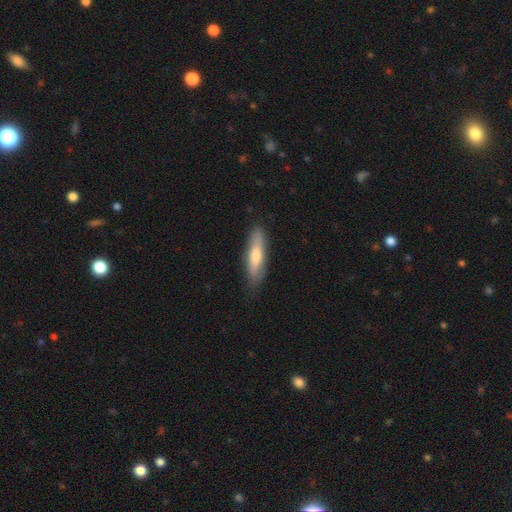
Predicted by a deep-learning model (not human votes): Overall: smooth (63%; featured or disk 31%). How rounded: cigar-shaped (72%). Merging: none (83%).